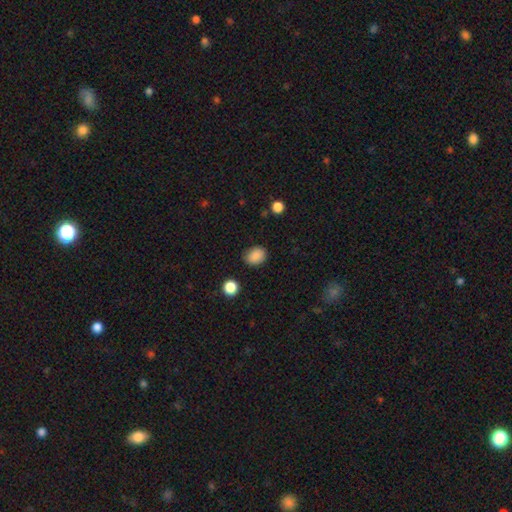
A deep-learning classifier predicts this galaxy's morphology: smooth_or_featured: smooth (p=0.88) [alt: star or artifact p=0.09]
how_rounded: in between (p=0.56) [alt: round p=0.43]
merging: none (p=0.84) [alt: minor disturbance p=0.12]